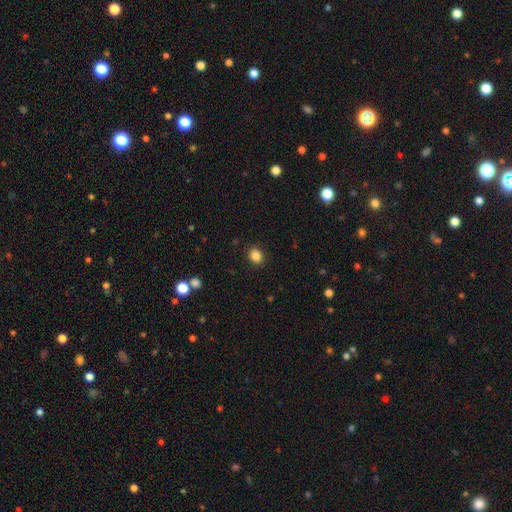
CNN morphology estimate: Smooth or featured? smooth (86%)
How rounded? round (55%)
Merging? none (89%)